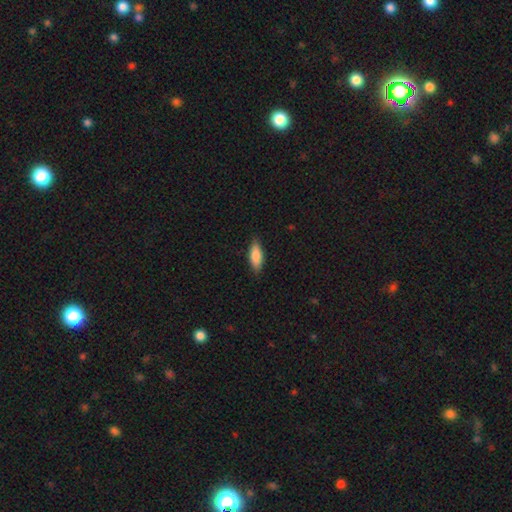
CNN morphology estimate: Q: Smooth or featured?
A: smooth (84%); runner-up: featured or disk (10%)
Q: How rounded?
A: in between (68%); runner-up: cigar-shaped (30%)
Q: Merging?
A: none (85%); runner-up: minor disturbance (12%)